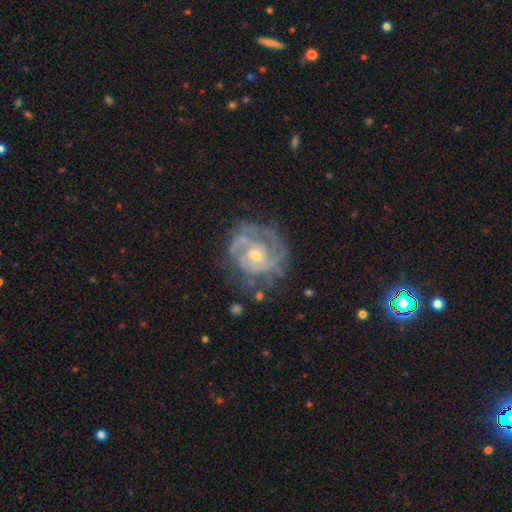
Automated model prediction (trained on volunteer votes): smooth_or_featured: featured or disk (p=0.84) [alt: smooth p=0.10]
disk_edge_on: no (p=0.98) [alt: yes p=0.02]
bar: no (p=0.74) [alt: weak p=0.21]
has_spiral_arms: yes (p=0.89) [alt: no p=0.11]
spiral_winding: tight (p=0.61) [alt: medium p=0.30]
spiral_arm_count: can't tell (p=0.33) [tied with: 2 p=0.33]
bulge_size: small (p=0.56) [alt: moderate p=0.40]
merging: none (p=0.63) [alt: minor disturbance p=0.21]